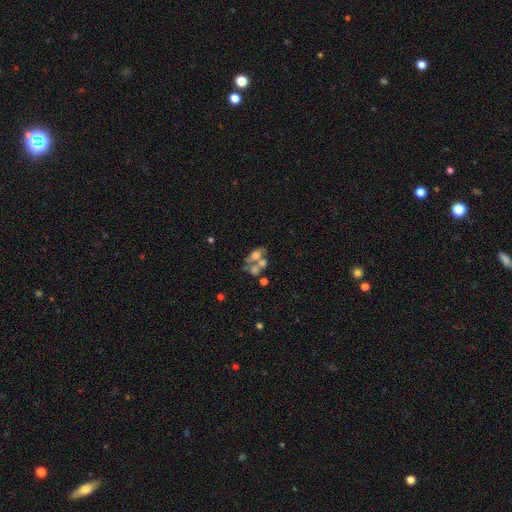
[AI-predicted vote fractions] Overall: smooth (46%; featured or disk 41%). Merging: merger (56%; none 20%).